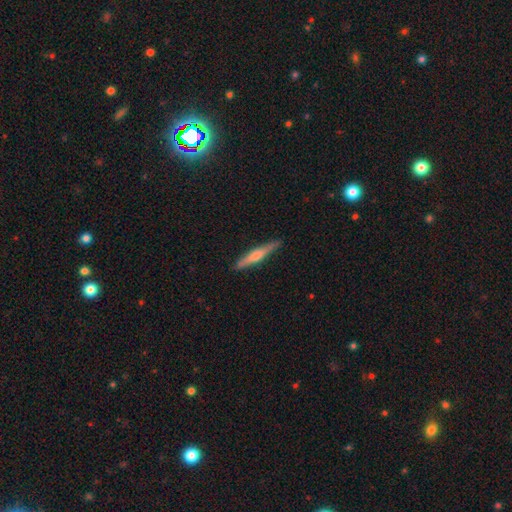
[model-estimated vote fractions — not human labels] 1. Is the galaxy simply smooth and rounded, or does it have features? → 63% featured or disk, 31% smooth, 6% star or artifact.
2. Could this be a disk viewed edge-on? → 97% yes, 3% no.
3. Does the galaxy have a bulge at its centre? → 78% rounded, 12% none, 11% boxy.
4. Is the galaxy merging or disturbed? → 89% none, 8% minor disturbance, 1% major disturbance, 1% merger.